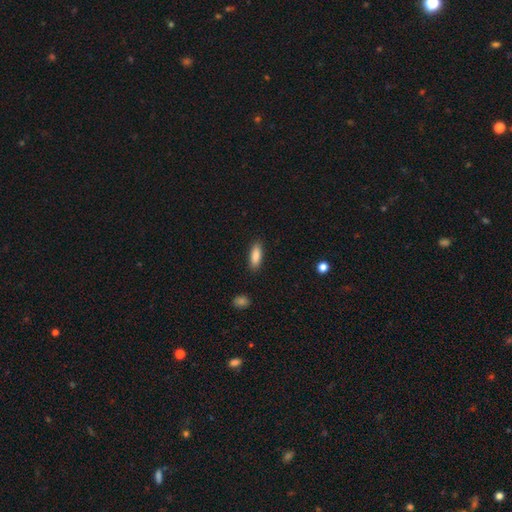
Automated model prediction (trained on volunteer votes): This appears to be a smooth galaxy with no disk features (87%) that is in between round and cigar-shaped (62%). Merging: none (88%).